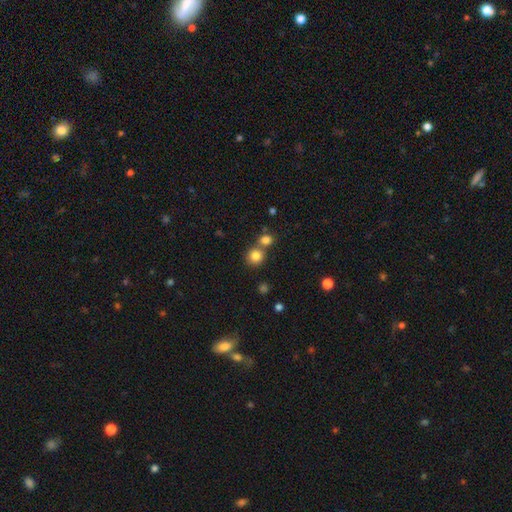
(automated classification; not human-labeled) A smooth galaxy with no disk features (82%) that is round (89%). Merging: none (61%).